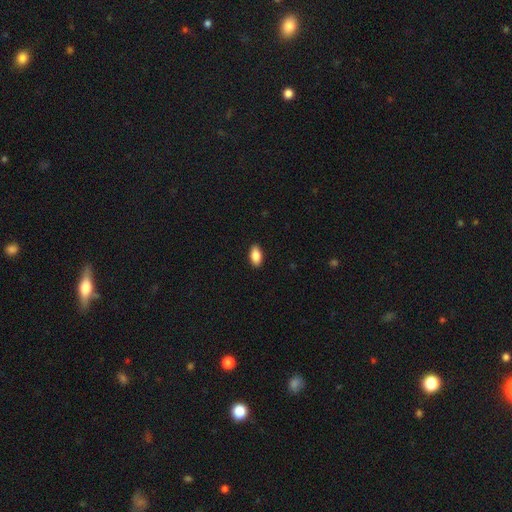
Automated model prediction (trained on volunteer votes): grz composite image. It shows a smooth galaxy with no disk features (87%) that is in between round and cigar-shaped (92%). Merging: none (90%).